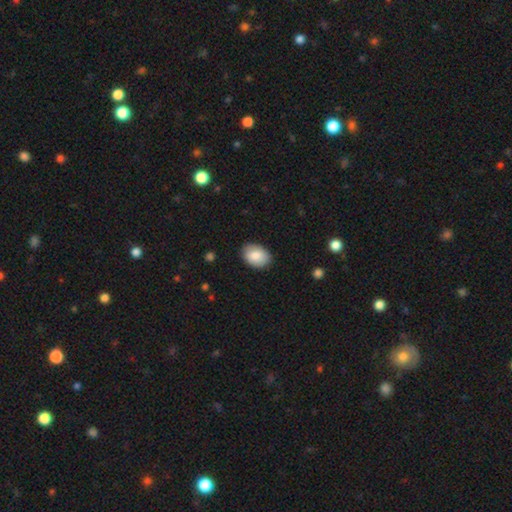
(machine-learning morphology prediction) smooth-or-featured: smooth: 85% | featured or disk: 9% | star or artifact: 6%
  how-rounded: in between: 83% | round: 16% | cigar-shaped: 1%
  merging: none: 85% | minor disturbance: 11% | major disturbance: 2% | merger: 1%